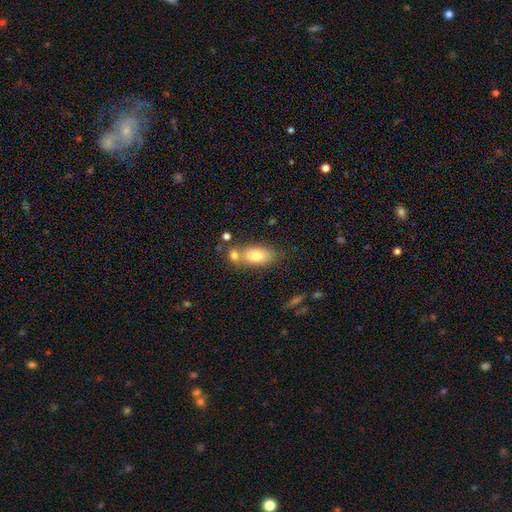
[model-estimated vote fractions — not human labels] Smooth or featured? smooth (77%)
How rounded? in between (86%)
Merging? none (56%)